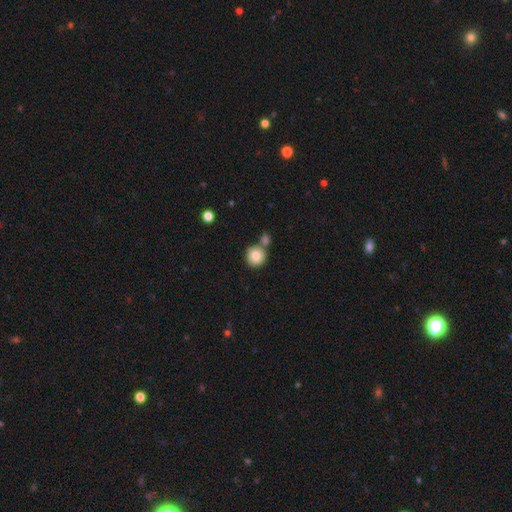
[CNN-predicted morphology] The model was most divided on "merging": none: 64%, merger: 24%, minor disturbance: 10%, major disturbance: 3%. More confident: how rounded — round (92%); smooth or featured — smooth (81%).